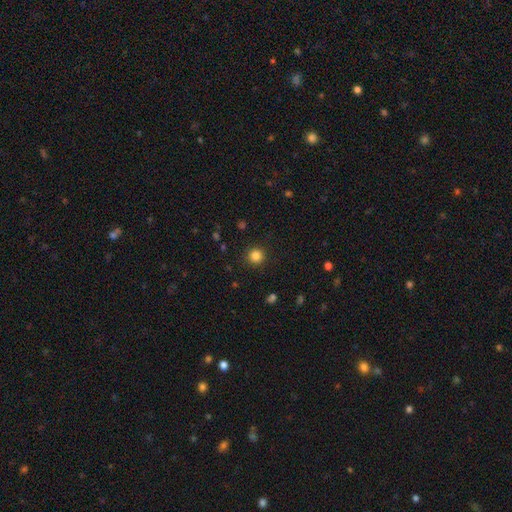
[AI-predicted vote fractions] smooth_or_featured: smooth (p=0.84) [alt: star or artifact p=0.12]
how_rounded: round (p=0.94) [alt: in between p=0.05]
merging: none (p=0.91) [alt: minor disturbance p=0.05]